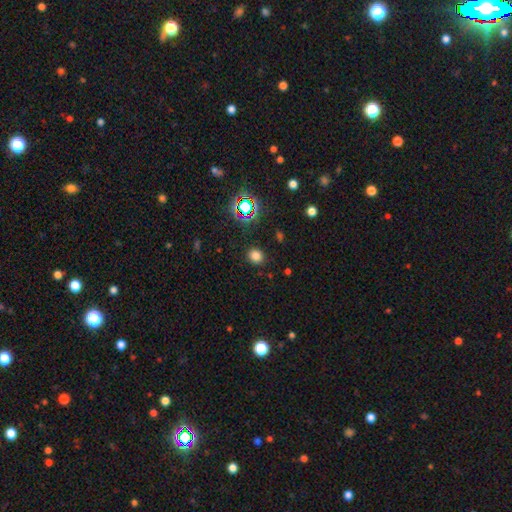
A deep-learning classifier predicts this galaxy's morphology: A smooth galaxy with no disk features (76%) that is round (75%).

Vote fractions:
- Smooth or featured? smooth: 76% / star or artifact: 19% / featured or disk: 5%
- How rounded? round: 75% / in between: 24% / cigar-shaped: 1%
- Merging? none: 88% / minor disturbance: 8% / major disturbance: 3% / merger: 2%